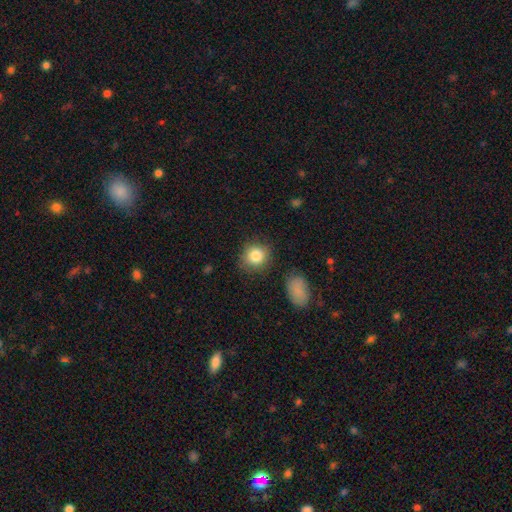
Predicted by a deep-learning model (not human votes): smooth_or_featured: smooth (p=0.84) [alt: star or artifact p=0.09]
how_rounded: round (p=0.82) [alt: in between p=0.17]
merging: none (p=0.83) [alt: minor disturbance p=0.11]